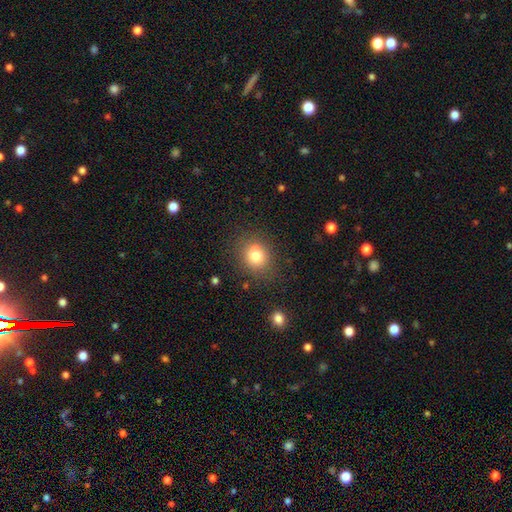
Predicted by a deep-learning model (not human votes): Overall: smooth (74%). How rounded: round (70%). Merging: none (66%).